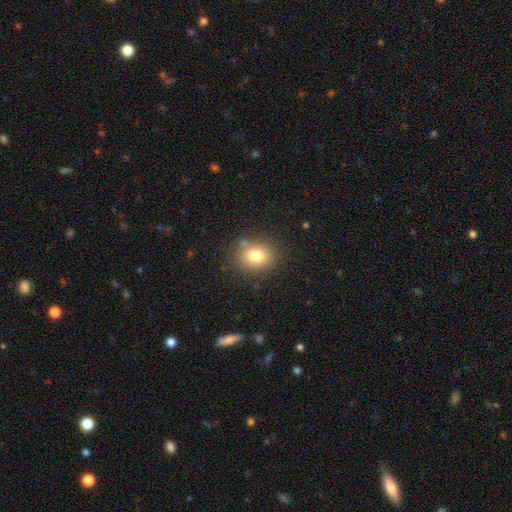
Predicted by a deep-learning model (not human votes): Q: Smooth or featured?
A: smooth (81%); runner-up: star or artifact (10%)
Q: How rounded?
A: in between (57%); runner-up: round (42%)
Q: Merging?
A: none (79%); runner-up: minor disturbance (13%)